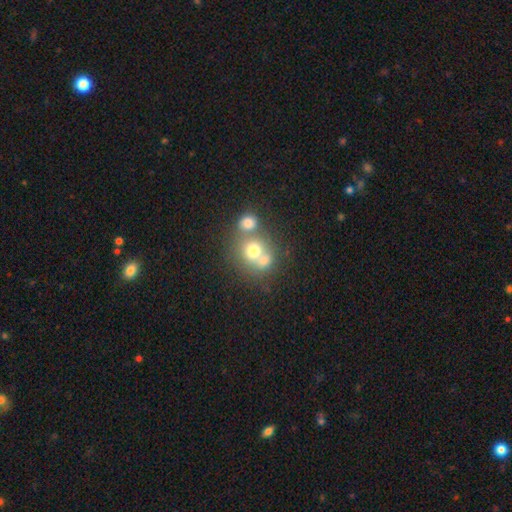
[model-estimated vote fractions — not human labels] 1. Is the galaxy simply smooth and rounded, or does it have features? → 61% smooth, 22% featured or disk, 17% star or artifact.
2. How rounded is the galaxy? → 77% round, 22% in between, 1% cigar-shaped.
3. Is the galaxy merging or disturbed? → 55% merger, 35% none, 7% minor disturbance, 4% major disturbance.